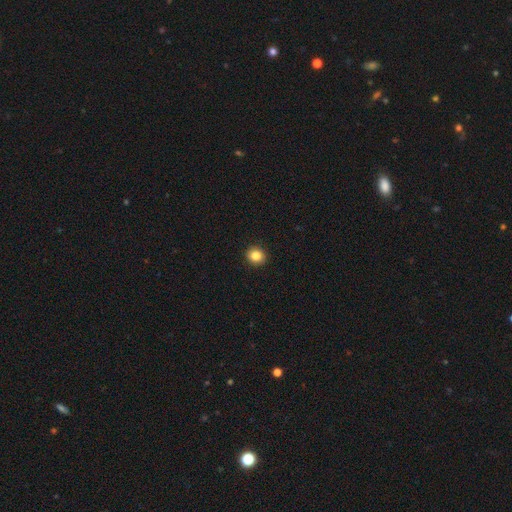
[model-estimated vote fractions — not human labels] This appears to be a smooth galaxy with no disk features (84%) that is round (80%). Merging: none (93%).